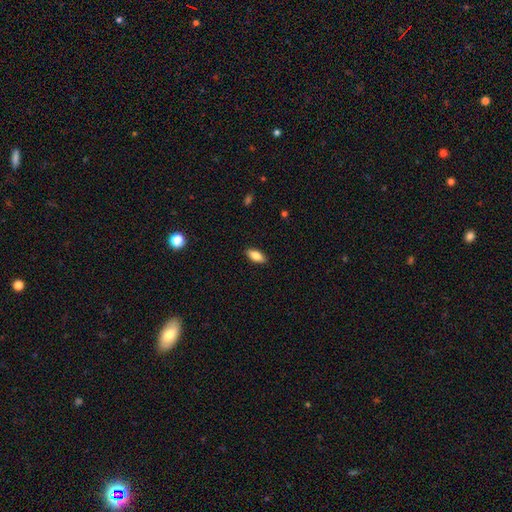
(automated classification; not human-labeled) A smooth galaxy with no disk features (81%) that is in between round and cigar-shaped (83%).

Vote fractions:
- Smooth or featured? smooth: 81% / featured or disk: 12% / star or artifact: 7%
- How rounded? in between: 83% / cigar-shaped: 14% / round: 3%
- Merging? none: 89% / minor disturbance: 8% / major disturbance: 2% / merger: 1%